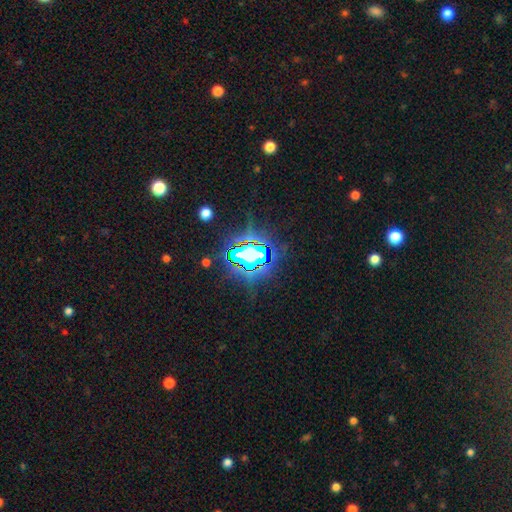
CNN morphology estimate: type=star or artifact (78%).